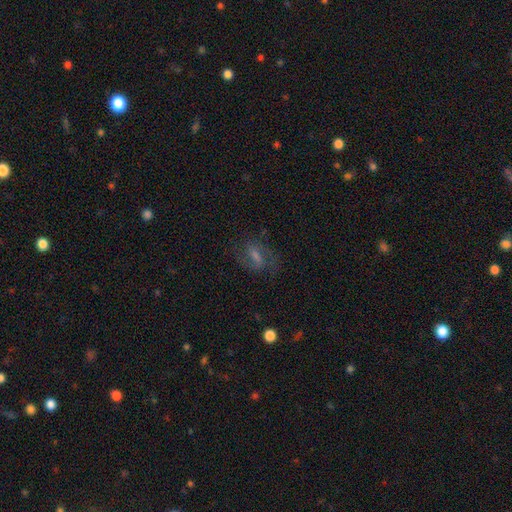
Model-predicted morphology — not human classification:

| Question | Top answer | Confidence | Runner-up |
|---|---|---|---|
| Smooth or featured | featured or disk | 61% | smooth (24%) |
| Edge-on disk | no | 93% | yes (7%) |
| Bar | weak | 47% | strong (35%) |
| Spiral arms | yes | 87% | no (13%) |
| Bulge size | small | 35% | moderate (30%) |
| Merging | none | 73% | minor disturbance (15%) |